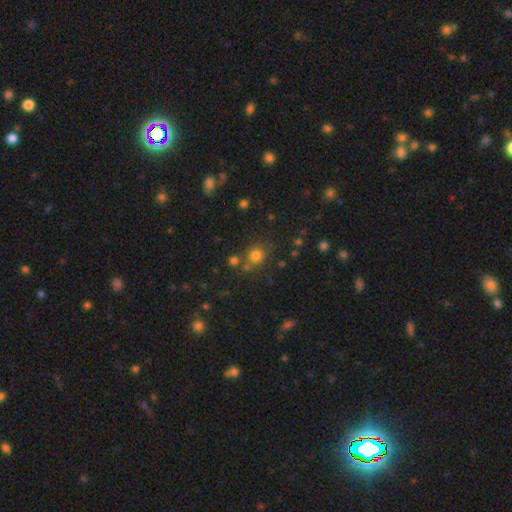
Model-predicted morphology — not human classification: smooth_or_featured: smooth (p=0.75) [alt: star or artifact p=0.18]
how_rounded: round (p=0.86) [alt: in between p=0.13]
merging: none (p=0.71) [alt: merger p=0.14]